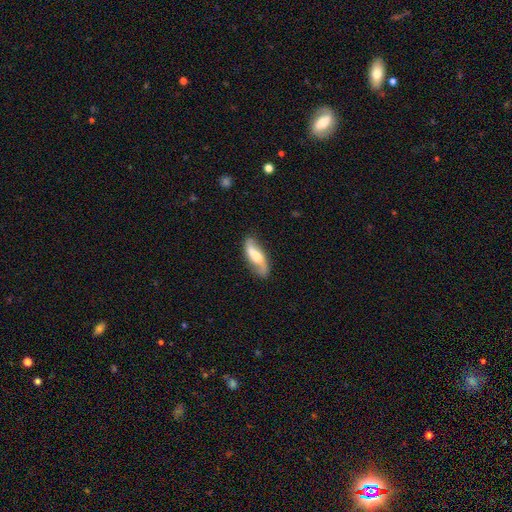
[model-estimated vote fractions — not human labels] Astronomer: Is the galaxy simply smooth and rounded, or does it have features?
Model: featured or disk — 65%.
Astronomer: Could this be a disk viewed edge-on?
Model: no — 81%.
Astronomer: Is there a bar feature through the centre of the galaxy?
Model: weak — 41% (runner-up: no, 33%).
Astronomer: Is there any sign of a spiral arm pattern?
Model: yes — 88%.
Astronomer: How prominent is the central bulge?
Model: moderate — 54%.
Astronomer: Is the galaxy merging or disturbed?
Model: none — 78%.